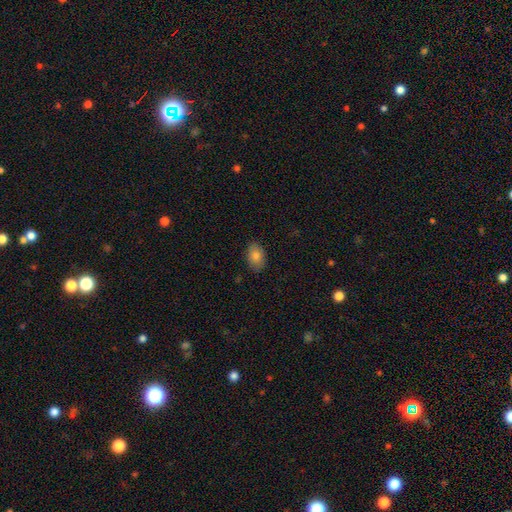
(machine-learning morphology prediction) A smooth galaxy with no disk features (82%) that is in between round and cigar-shaped (85%).

Vote fractions:
- Smooth or featured? smooth: 82% / featured or disk: 10% / star or artifact: 8%
- How rounded? in between: 85% / round: 13% / cigar-shaped: 1%
- Merging? none: 86% / minor disturbance: 11% / major disturbance: 2% / merger: 1%